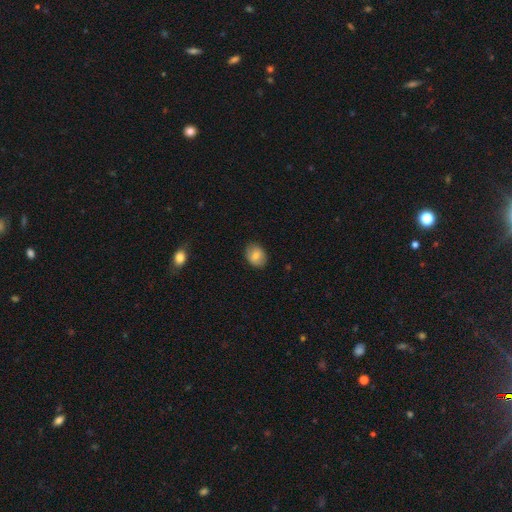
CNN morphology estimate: smooth-or-featured: smooth: 77% | featured or disk: 14% | star or artifact: 8%
  how-rounded: in between: 62% | round: 37% | cigar-shaped: 1%
  merging: none: 85% | minor disturbance: 12% | major disturbance: 3% | merger: 1%